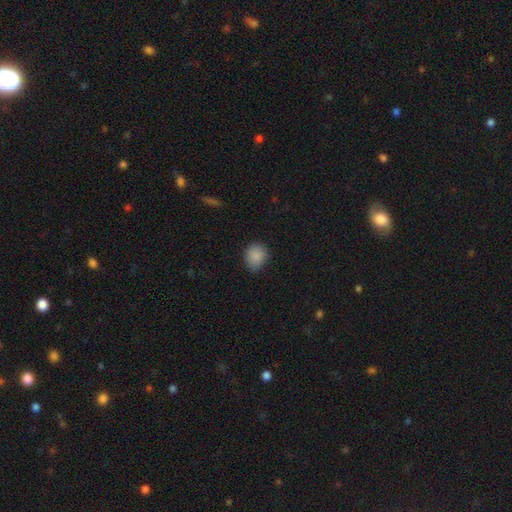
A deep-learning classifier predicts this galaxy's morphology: Overall: smooth (86%). How rounded: round (68%; in between 31%). Merging: none (67%).